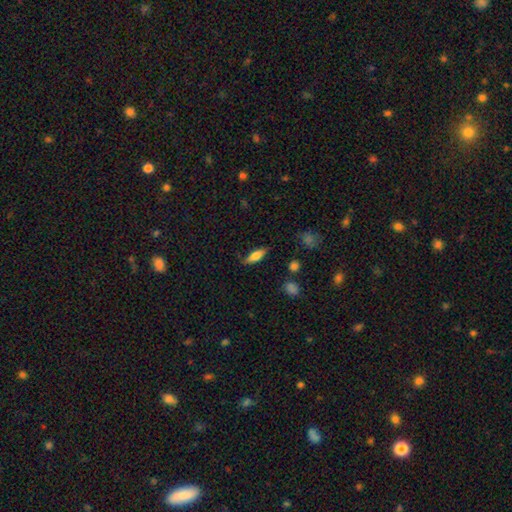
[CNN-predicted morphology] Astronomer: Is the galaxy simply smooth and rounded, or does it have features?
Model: smooth — 68%.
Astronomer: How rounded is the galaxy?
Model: in between — 61% (runner-up: cigar-shaped, 36%).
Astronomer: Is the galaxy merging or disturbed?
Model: none — 78%.